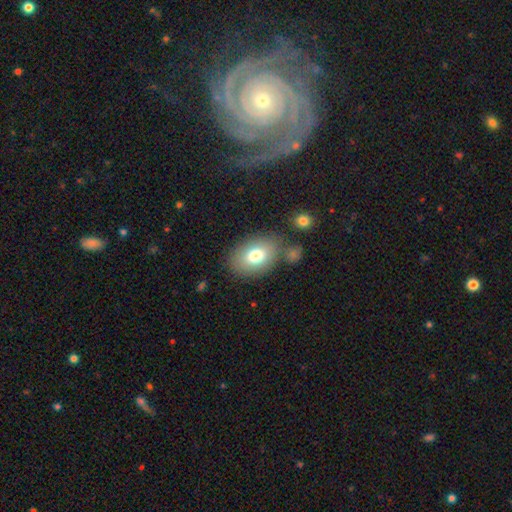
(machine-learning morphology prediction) type=smooth (77%); roundness=in between (82%); merging=none (72%).